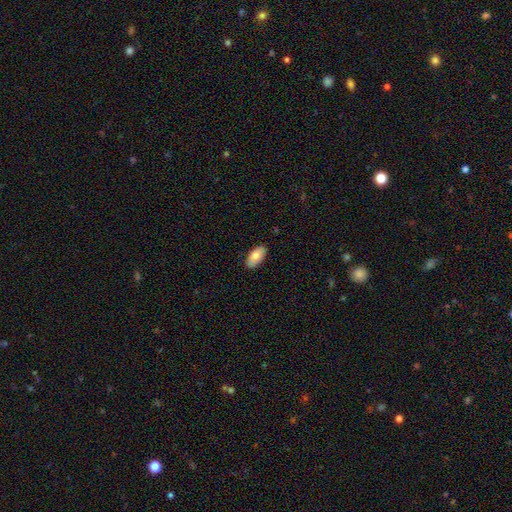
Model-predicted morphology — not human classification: type=smooth (79%); roundness=in between (94%); merging=none (86%).